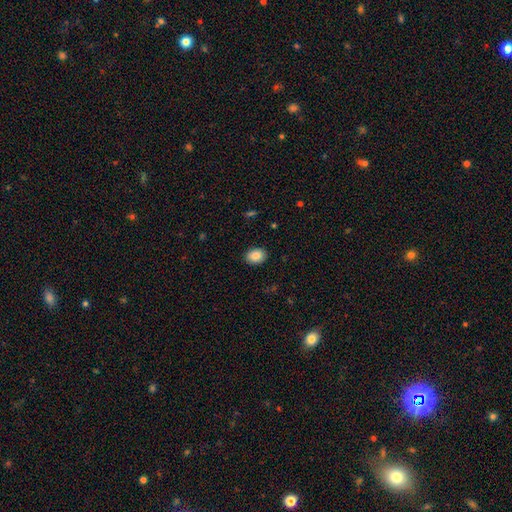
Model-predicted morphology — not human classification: smooth-or-featured: smooth: 87% | star or artifact: 8% | featured or disk: 5%
  how-rounded: in between: 73% | round: 26% | cigar-shaped: 1%
  merging: none: 89% | minor disturbance: 8% | major disturbance: 2% | merger: 1%